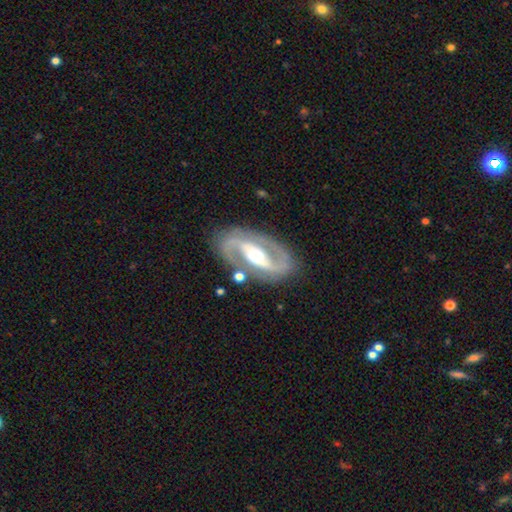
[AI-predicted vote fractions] smooth_or_featured: featured or disk (p=0.88) [alt: smooth p=0.07]
disk_edge_on: no (p=0.95) [alt: yes p=0.05]
bar: strong (p=0.47) [alt: weak p=0.32]
has_spiral_arms: yes (p=0.91) [alt: no p=0.09]
spiral_winding: medium (p=0.54) [alt: tight p=0.25]
spiral_arm_count: 2 (p=0.92) [alt: can't tell p=0.03]
bulge_size: moderate (p=0.72) [alt: large p=0.14]
merging: none (p=0.81) [alt: minor disturbance p=0.12]